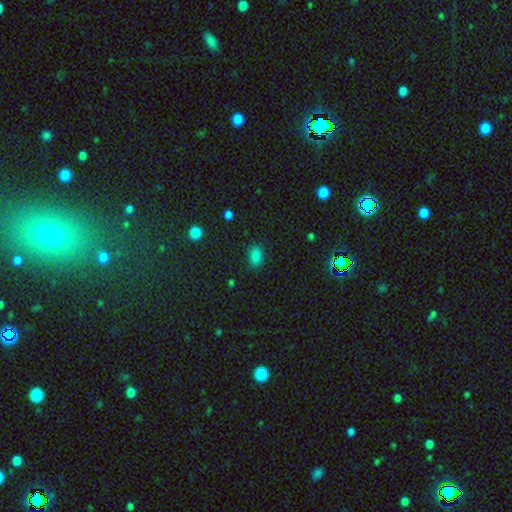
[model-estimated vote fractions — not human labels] Morphology: type=smooth (82%); roundness=in between (82%); merging=none (83%).